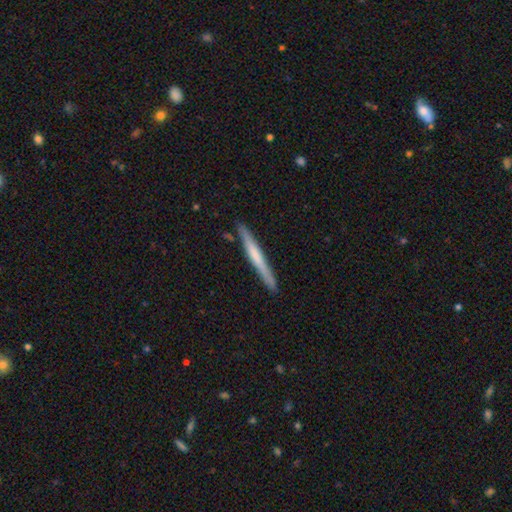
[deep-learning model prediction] Smooth or featured?
  - smooth: 51% *
  - featured or disk: 44%
  - star or artifact: 5%
How rounded?
  - cigar-shaped: 97% *
  - in between: 2%
  - round: 1%
Merging?
  - none: 88% *
  - minor disturbance: 9%
  - merger: 2%
  - major disturbance: 2%